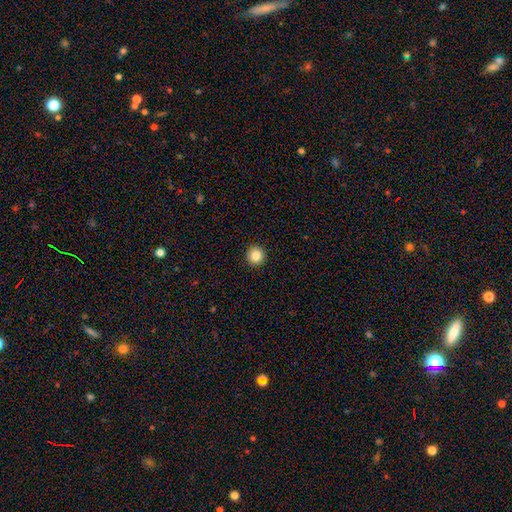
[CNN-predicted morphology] smooth_or_featured: smooth (p=0.85) [alt: star or artifact p=0.10]
how_rounded: round (p=0.96) [alt: in between p=0.03]
merging: none (p=0.94) [alt: minor disturbance p=0.04]